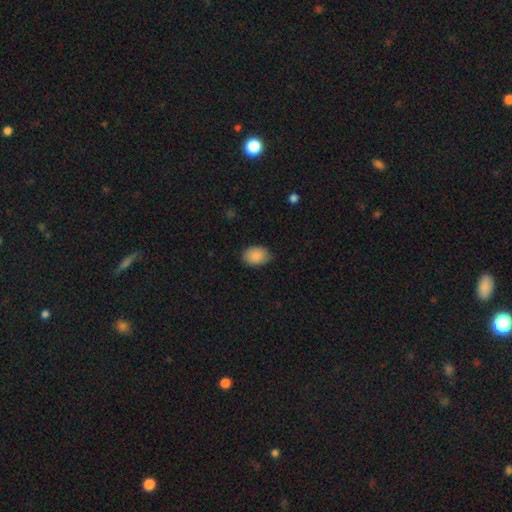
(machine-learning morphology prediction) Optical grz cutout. It shows a smooth galaxy with no disk features (88%) that is in between round and cigar-shaped (75%). Merging: none (80%).